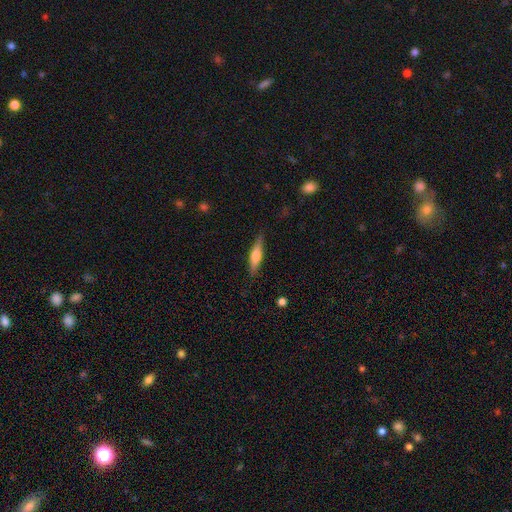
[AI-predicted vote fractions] A smooth galaxy with no disk features (56%) that is cigar-shaped (75%). Merging: none (85%).